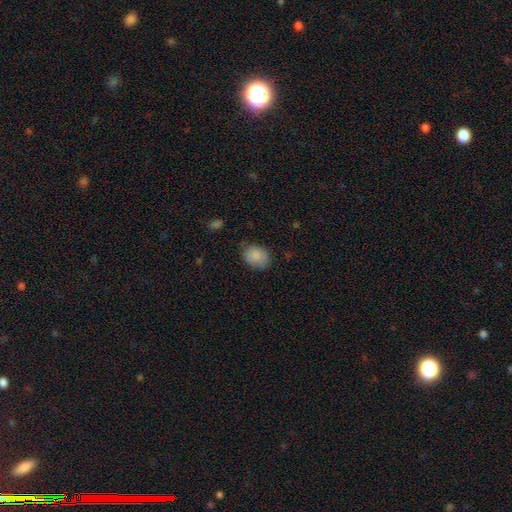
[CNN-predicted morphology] Smooth or featured: smooth — 86% (star or artifact — 8%)
How rounded: in between — 52% (round — 47%)
Merging: none — 71% (minor disturbance — 22%)